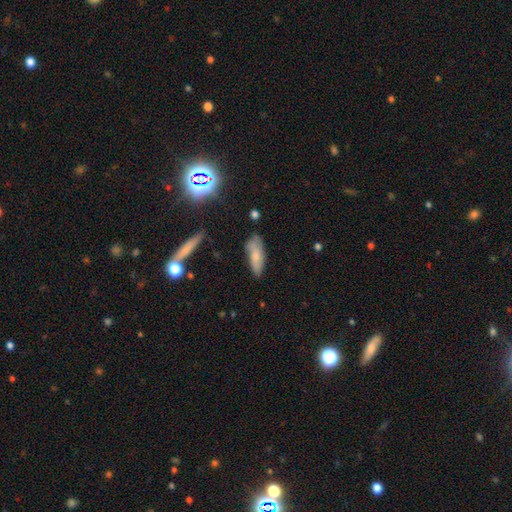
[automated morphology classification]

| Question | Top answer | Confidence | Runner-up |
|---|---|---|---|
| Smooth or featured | smooth | 66% | featured or disk (26%) |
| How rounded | in between | 63% | cigar-shaped (34%) |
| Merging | none | 65% | minor disturbance (25%) |